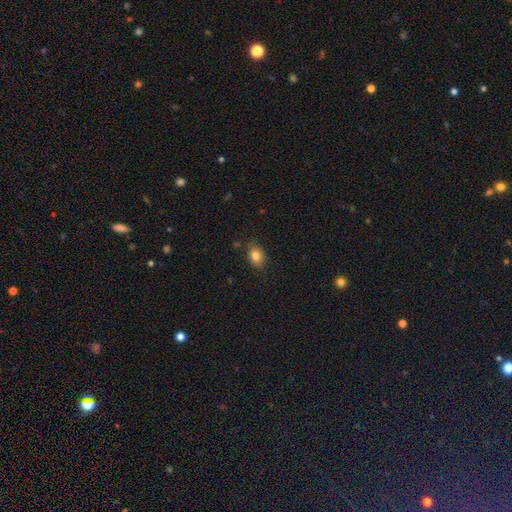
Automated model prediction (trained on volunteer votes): The model was most divided on "how rounded": in between: 69%, round: 29%, cigar-shaped: 1%. More confident: smooth or featured — smooth (82%); merging — none (82%).